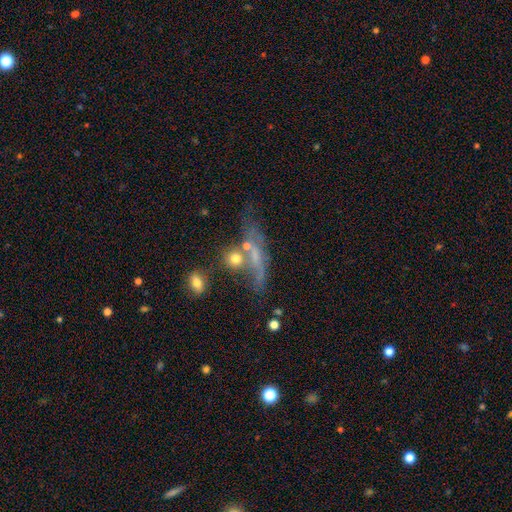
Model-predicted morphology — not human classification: A featured or disk galaxy (52%).

Vote fractions:
- Smooth or featured? featured or disk: 52% / smooth: 34% / star or artifact: 14%
- Edge-on disk? no: 58% / yes: 42%
- Merging? none: 39% / minor disturbance: 21% / major disturbance: 21% / merger: 20%